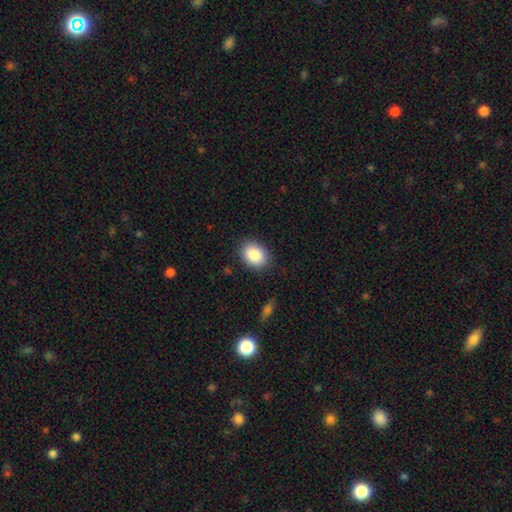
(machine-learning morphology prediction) Smooth or featured?
  - smooth: 88% *
  - star or artifact: 7%
  - featured or disk: 5%
How rounded?
  - in between: 68% *
  - round: 31%
  - cigar-shaped: 1%
Merging?
  - none: 87% *
  - minor disturbance: 9%
  - major disturbance: 2%
  - merger: 1%